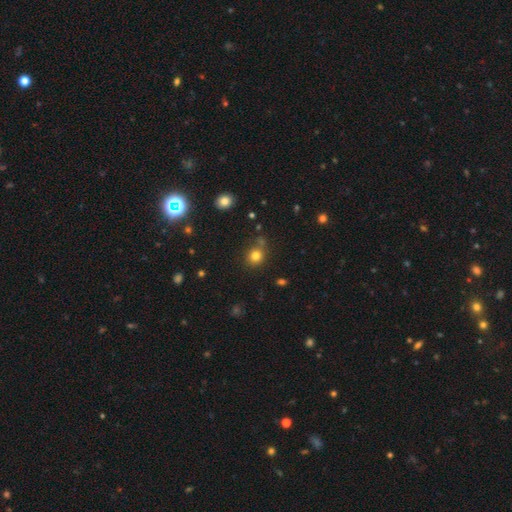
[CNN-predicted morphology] Overall: smooth (79%). How rounded: round (81%). Merging: none (74%).